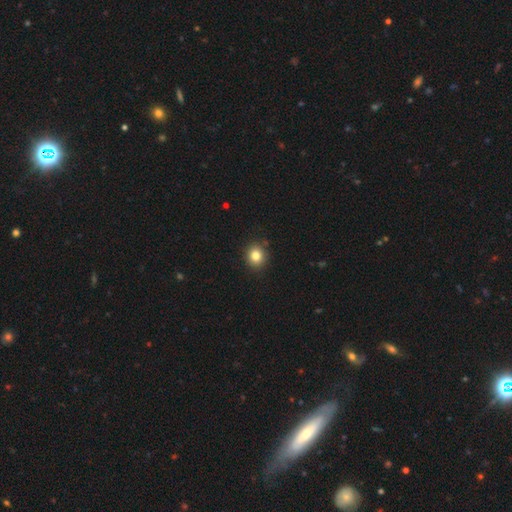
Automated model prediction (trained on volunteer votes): Morphology: type=smooth (82%); roundness=round (80%); merging=none (89%).